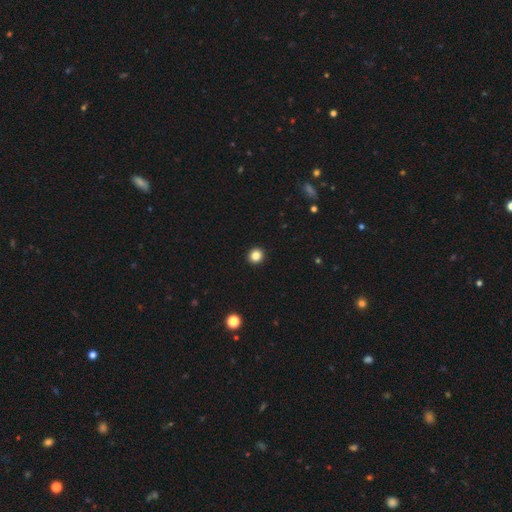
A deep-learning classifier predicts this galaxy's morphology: This is clearly a smooth galaxy (85%). How rounded: clearly round (91%). Merging: clearly none (94%).